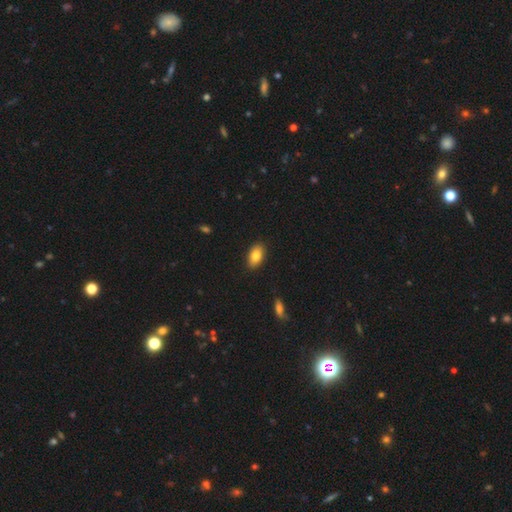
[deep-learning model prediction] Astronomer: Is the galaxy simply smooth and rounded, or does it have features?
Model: smooth — 83%.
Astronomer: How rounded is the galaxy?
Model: in between — 92%.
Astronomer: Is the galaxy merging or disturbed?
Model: none — 88%.